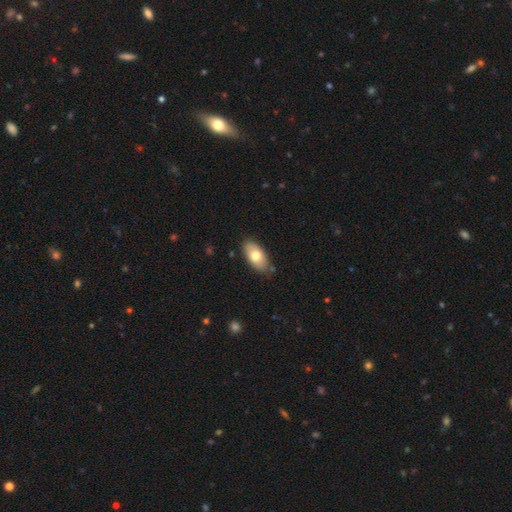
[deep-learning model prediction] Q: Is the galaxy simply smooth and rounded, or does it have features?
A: smooth — 73%.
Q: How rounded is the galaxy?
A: in between — 93%.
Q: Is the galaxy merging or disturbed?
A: none — 80%.